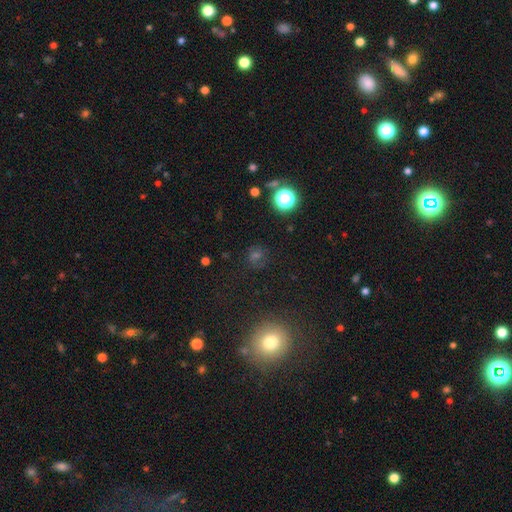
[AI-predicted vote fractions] Smooth or featured? smooth (47%)
Merging? none (79%)